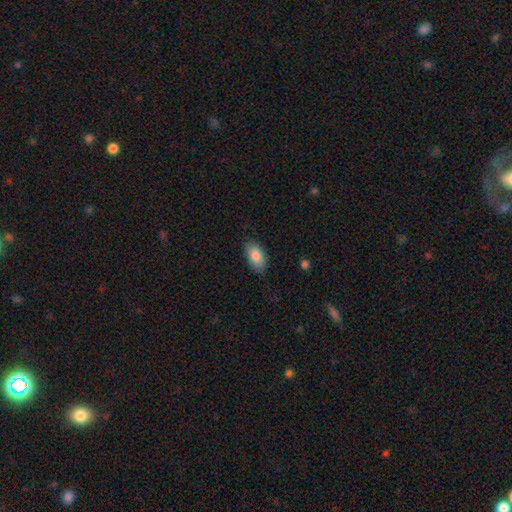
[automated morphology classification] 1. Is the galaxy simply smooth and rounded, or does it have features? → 86% smooth, 7% featured or disk, 6% star or artifact.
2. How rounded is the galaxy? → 94% in between, 3% round, 3% cigar-shaped.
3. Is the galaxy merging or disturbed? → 83% none, 13% minor disturbance, 3% major disturbance, 1% merger.